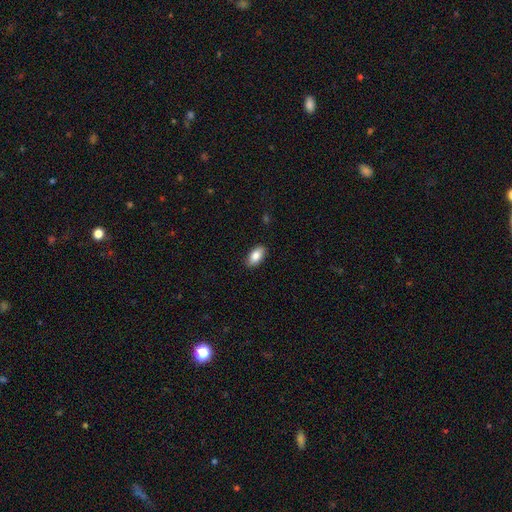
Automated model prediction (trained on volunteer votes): Smooth or featured: smooth — 85% (featured or disk — 8%)
How rounded: in between — 92% (cigar-shaped — 5%)
Merging: none — 89% (minor disturbance — 9%)